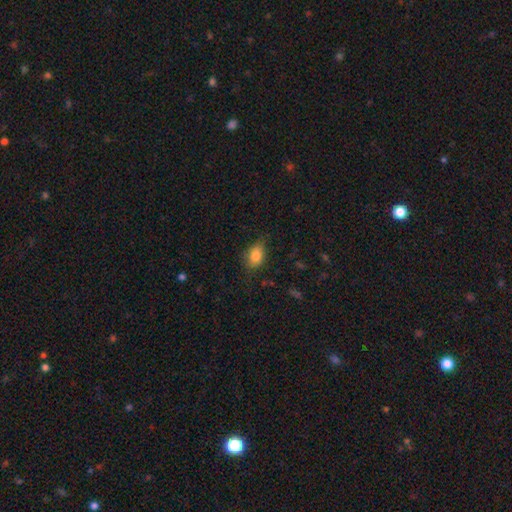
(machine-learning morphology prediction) Smooth or featured?
  - smooth: 83% *
  - star or artifact: 9%
  - featured or disk: 8%
How rounded?
  - in between: 80% *
  - round: 18%
  - cigar-shaped: 2%
Merging?
  - none: 68% *
  - minor disturbance: 25%
  - major disturbance: 6%
  - merger: 1%